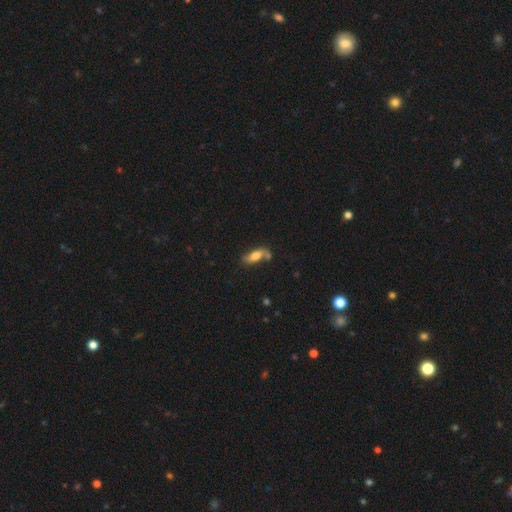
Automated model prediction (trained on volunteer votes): Smooth or featured?
  - smooth: 61% *
  - featured or disk: 32%
  - star or artifact: 7%
How rounded?
  - in between: 66% *
  - cigar-shaped: 30%
  - round: 4%
Merging?
  - none: 60% *
  - minor disturbance: 20%
  - merger: 13%
  - major disturbance: 7%